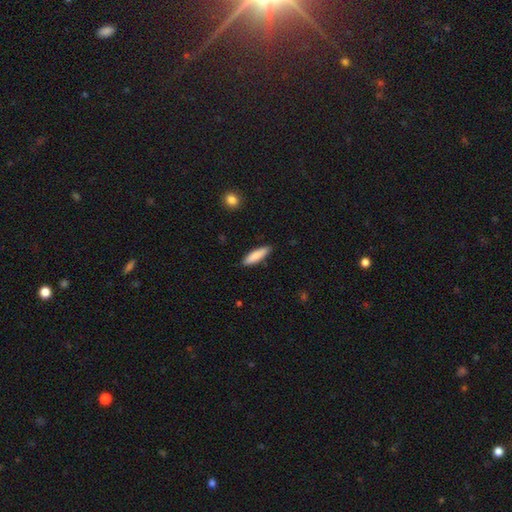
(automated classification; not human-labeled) The model was most divided on "how rounded": cigar-shaped: 67%, in between: 32%, round: 1%. More confident: merging — none (86%); smooth or featured — smooth (84%).